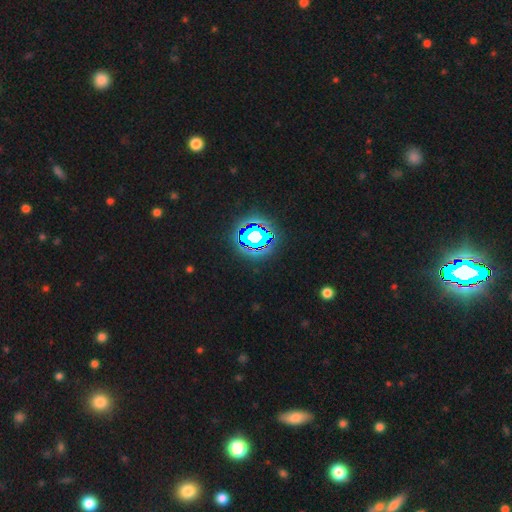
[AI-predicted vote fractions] Smooth or featured? star or artifact (82%)